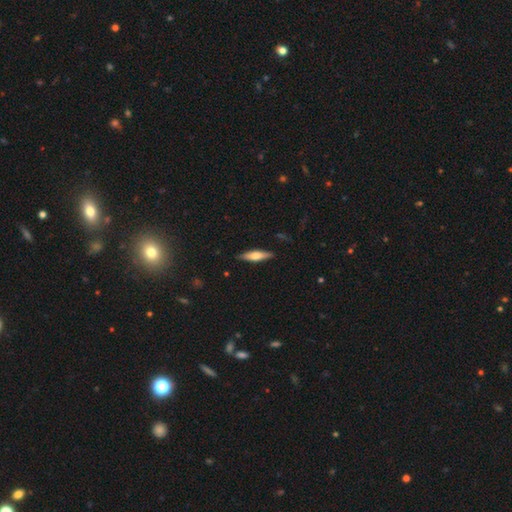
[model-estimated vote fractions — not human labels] Morphology: type=smooth (54%); roundness=cigar-shaped (70%); merging=none (87%).